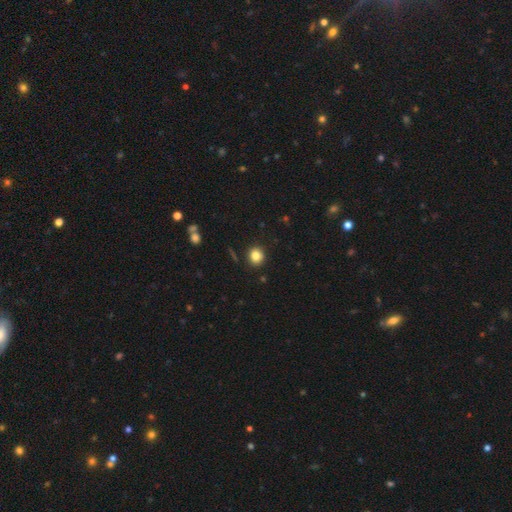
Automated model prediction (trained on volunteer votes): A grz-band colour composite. It shows a smooth galaxy with no disk features (83%) that is round (81%). Merging: none (89%).